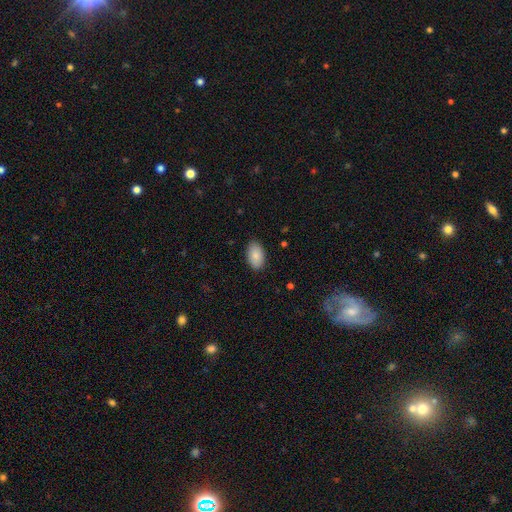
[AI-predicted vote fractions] A smooth galaxy with no disk features (87%) that is in between round and cigar-shaped (94%). Merging: none (87%).